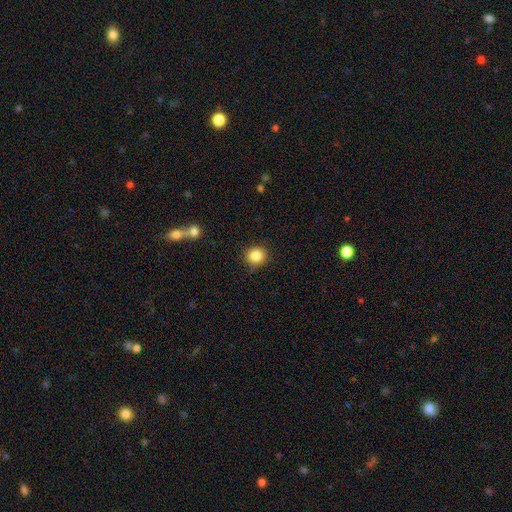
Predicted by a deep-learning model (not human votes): A smooth galaxy with no disk features (85%) that is round (89%). Merging: none (85%).